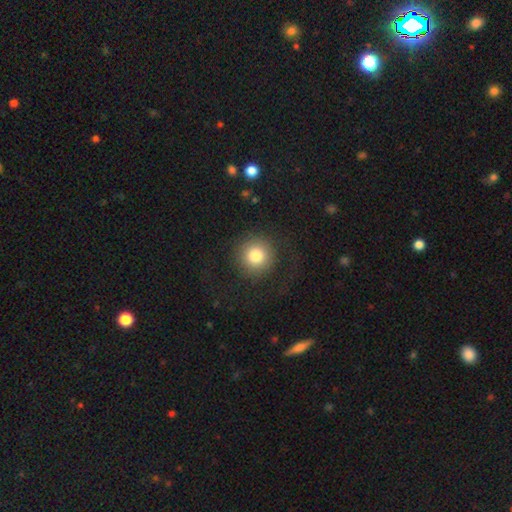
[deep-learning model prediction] smooth_or_featured: smooth (p=0.80) [alt: featured or disk p=0.11]
how_rounded: round (p=0.95) [alt: in between p=0.04]
merging: none (p=0.81) [alt: major disturbance p=0.09]